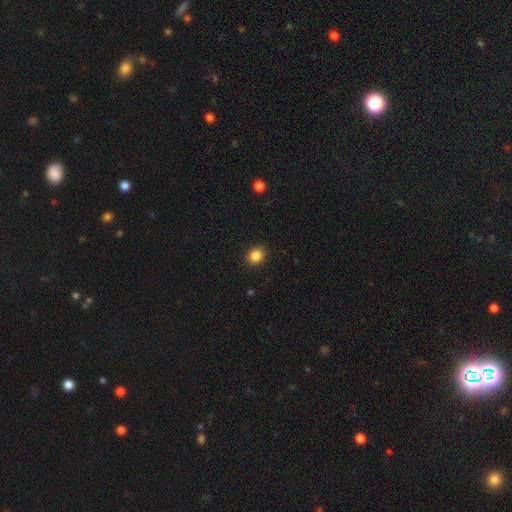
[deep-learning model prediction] This is clearly a smooth galaxy (85%). How rounded: likely round (71%). Merging: clearly none (91%).